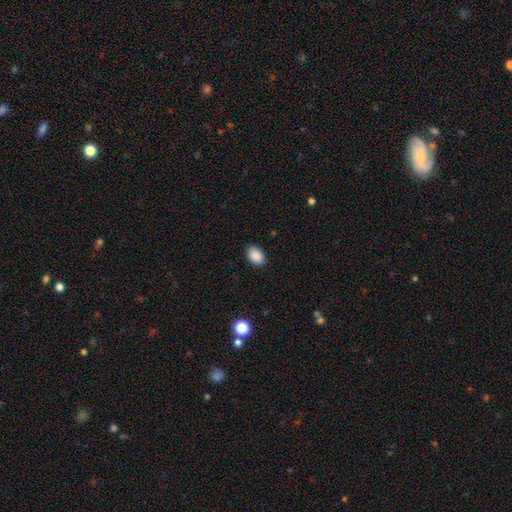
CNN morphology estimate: A smooth galaxy with no disk features (89%) that is in between round and cigar-shaped (80%).

Vote fractions:
- Smooth or featured? smooth: 89% / star or artifact: 8% / featured or disk: 3%
- How rounded? in between: 80% / round: 19% / cigar-shaped: 1%
- Merging? none: 88% / minor disturbance: 8% / major disturbance: 2% / merger: 1%